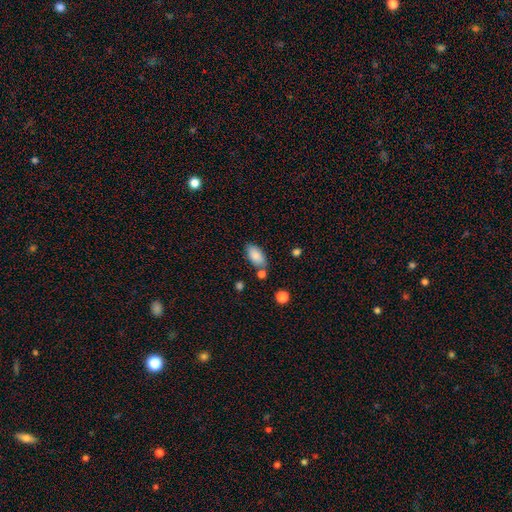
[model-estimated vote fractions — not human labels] Smooth or featured: smooth — 86% (star or artifact — 7%)
How rounded: in between — 91% (cigar-shaped — 5%)
Merging: none — 71% (minor disturbance — 16%)